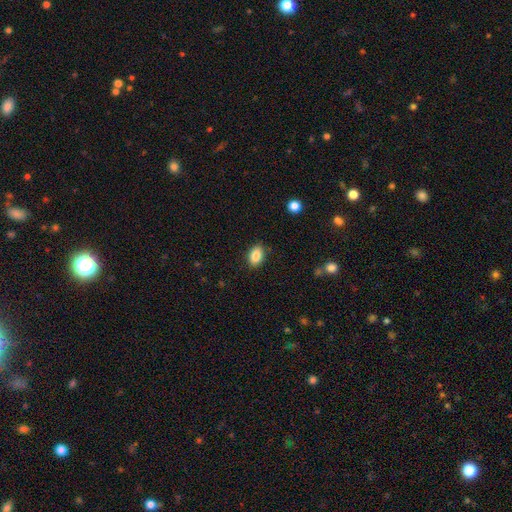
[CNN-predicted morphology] Smooth or featured: smooth — 87% (star or artifact — 8%)
How rounded: in between — 85% (round — 14%)
Merging: none — 86% (minor disturbance — 10%)